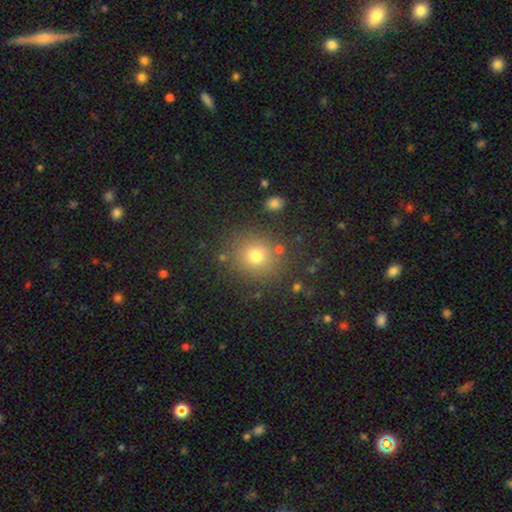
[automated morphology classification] Smooth or featured: smooth — 73% (star or artifact — 17%)
How rounded: round — 87% (in between — 12%)
Merging: none — 85% (minor disturbance — 8%)